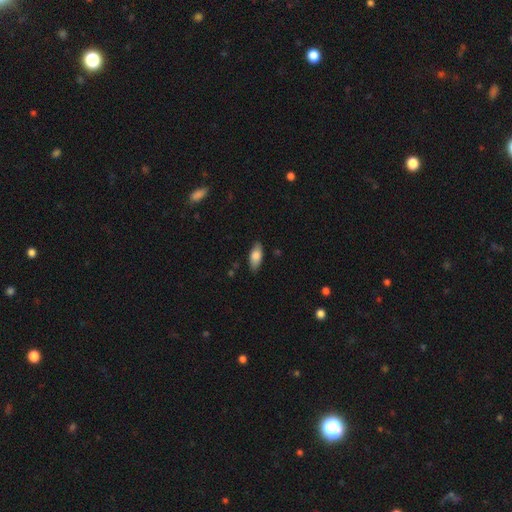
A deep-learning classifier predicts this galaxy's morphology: type=smooth (80%); roundness=in between (83%); merging=none (83%).